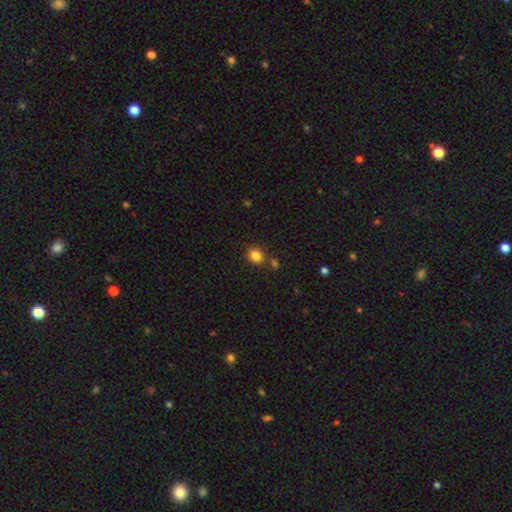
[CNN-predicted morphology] Overall: smooth (83%). How rounded: round (75%). Merging: none (76%).